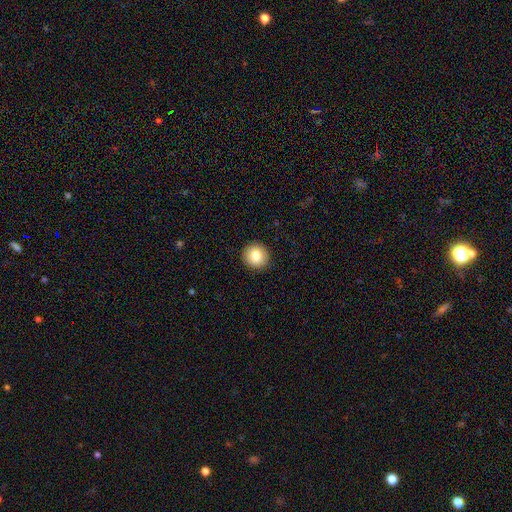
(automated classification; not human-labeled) Smooth or featured: smooth — 84% (star or artifact — 9%)
How rounded: round — 91% (in between — 8%)
Merging: none — 92% (minor disturbance — 5%)